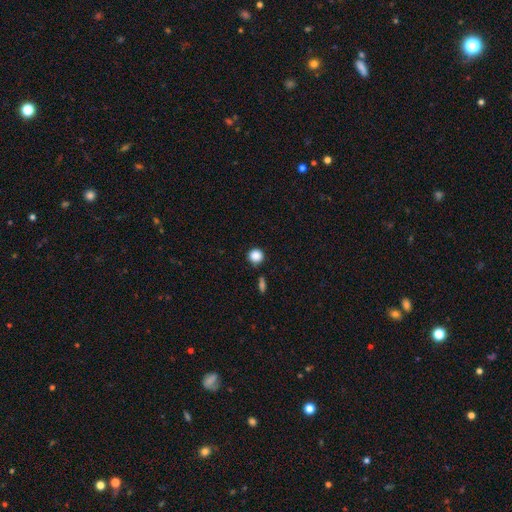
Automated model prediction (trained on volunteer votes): Overall: smooth (87%). How rounded: round (93%). Merging: none (85%).